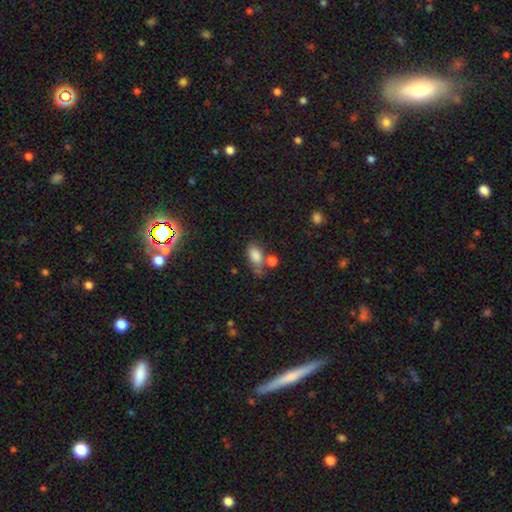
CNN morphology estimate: smooth-or-featured: smooth: 83% | star or artifact: 10% | featured or disk: 7%
  how-rounded: in between: 88% | round: 8% | cigar-shaped: 3%
  merging: none: 49% | merger: 23% | minor disturbance: 19% | major disturbance: 8%